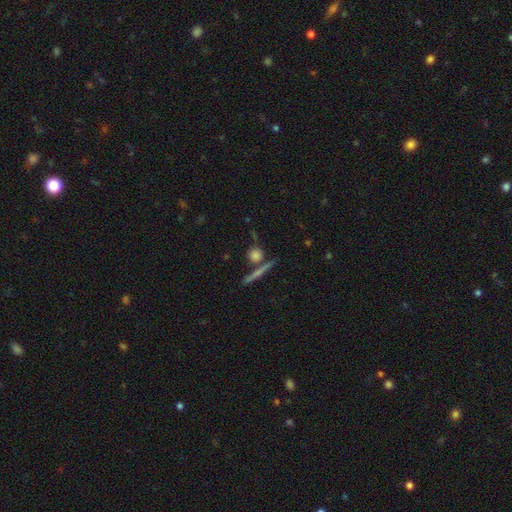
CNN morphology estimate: Smooth or featured?
  - smooth: 73% *
  - featured or disk: 17%
  - star or artifact: 10%
How rounded?
  - round: 79% *
  - cigar-shaped: 12%
  - in between: 9%
Merging?
  - none: 73% *
  - merger: 15%
  - minor disturbance: 9%
  - major disturbance: 3%